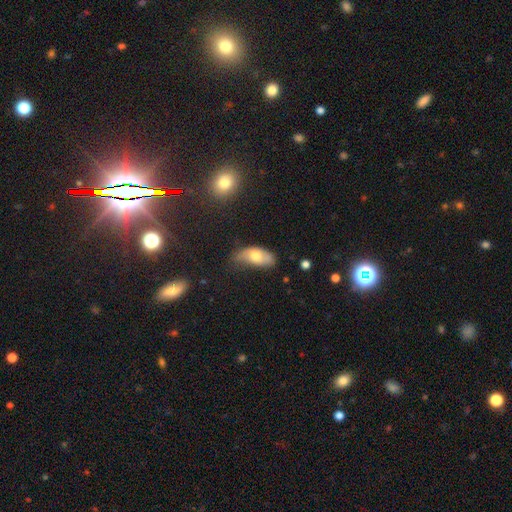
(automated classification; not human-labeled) Smooth or featured? smooth (65%)
How rounded? in between (88%)
Merging? none (41%)